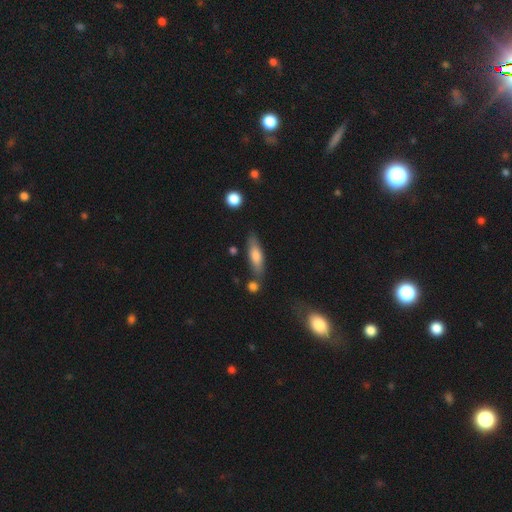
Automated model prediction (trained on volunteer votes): The model was most divided on "how rounded": cigar-shaped: 60%, in between: 37%, round: 2%. More confident: merging — none (74%); smooth or featured — smooth (65%).